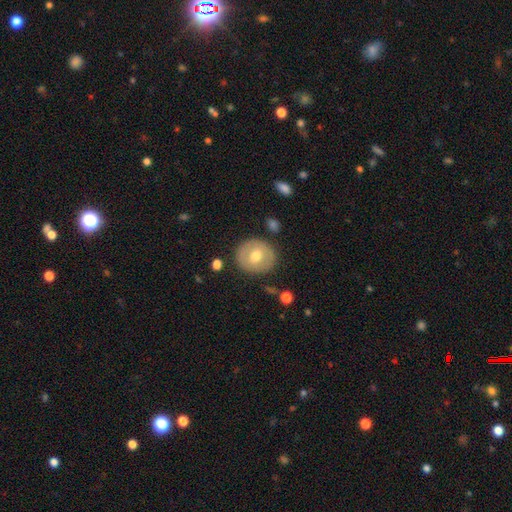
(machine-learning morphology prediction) smooth-or-featured: smooth: 57% | featured or disk: 37% | star or artifact: 7%
  how-rounded: round: 77% | in between: 22% | cigar-shaped: 1%
  merging: none: 85% | minor disturbance: 10% | major disturbance: 3% | merger: 2%